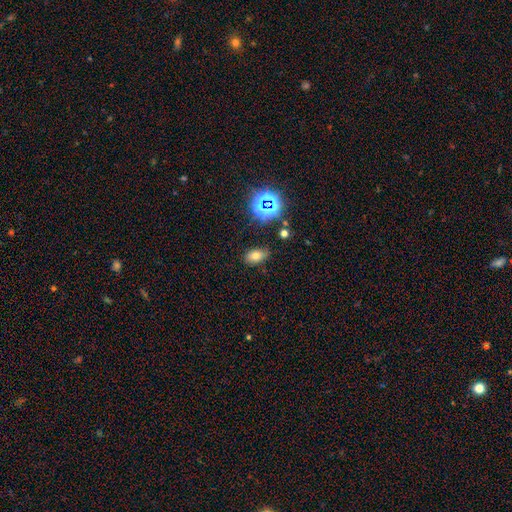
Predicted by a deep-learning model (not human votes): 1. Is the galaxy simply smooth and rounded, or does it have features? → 65% smooth, 22% star or artifact, 12% featured or disk.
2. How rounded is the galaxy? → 86% in between, 12% round, 2% cigar-shaped.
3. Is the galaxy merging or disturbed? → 77% none, 16% minor disturbance, 4% major disturbance, 2% merger.